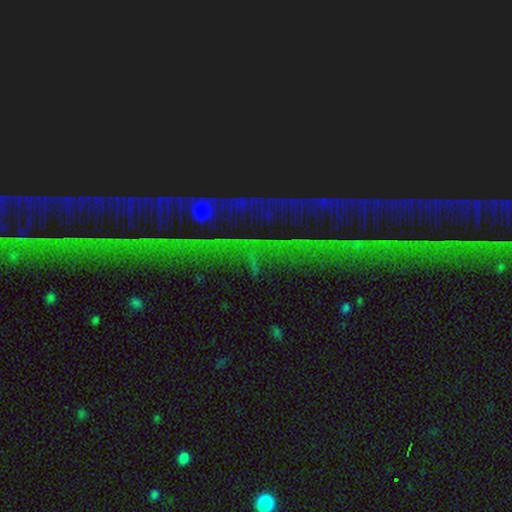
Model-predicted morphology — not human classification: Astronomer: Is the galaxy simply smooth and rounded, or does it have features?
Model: star or artifact — 87%.